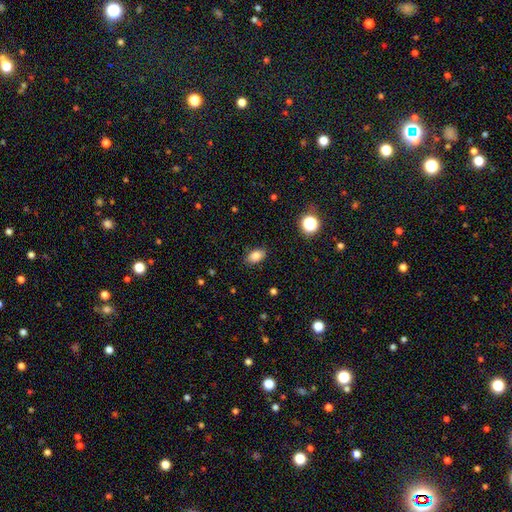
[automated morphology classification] Smooth or featured? Predicted: smooth (p=0.84). How rounded? Predicted: in between (p=0.88). Merging? Predicted: none (p=0.86).